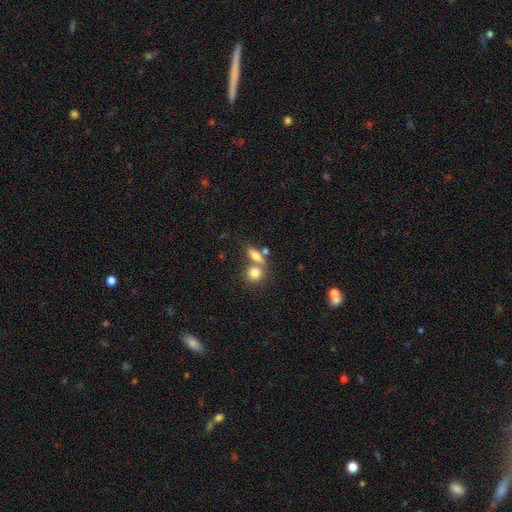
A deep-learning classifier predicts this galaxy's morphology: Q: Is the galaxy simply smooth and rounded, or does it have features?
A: smooth — 70%.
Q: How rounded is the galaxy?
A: in between — 55%.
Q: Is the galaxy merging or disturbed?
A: none — 45%.